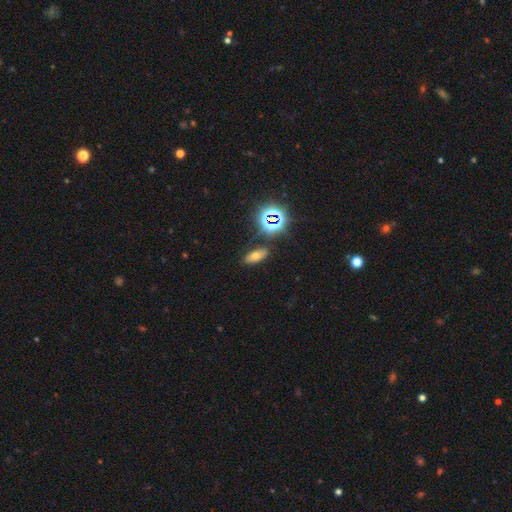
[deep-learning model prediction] Smooth or featured?
  - smooth: 51% *
  - star or artifact: 32%
  - featured or disk: 17%
How rounded?
  - in between: 78% *
  - cigar-shaped: 14%
  - round: 8%
Merging?
  - none: 81% *
  - minor disturbance: 11%
  - major disturbance: 4%
  - merger: 3%